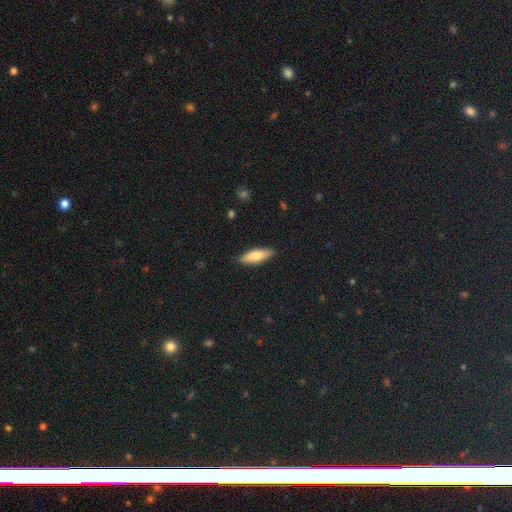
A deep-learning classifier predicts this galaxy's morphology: A smooth galaxy with no disk features (74%) that is in between round and cigar-shaped (50%). Merging: none (88%).